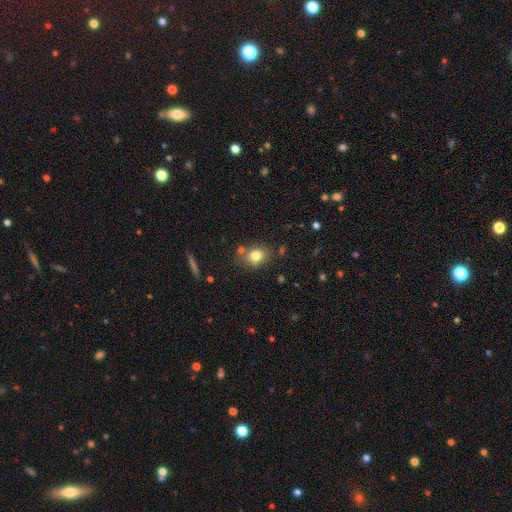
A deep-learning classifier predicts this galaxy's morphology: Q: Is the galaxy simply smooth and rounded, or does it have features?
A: smooth — 78%.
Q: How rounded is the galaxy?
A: round — 55%.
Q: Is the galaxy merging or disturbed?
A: none — 71%.